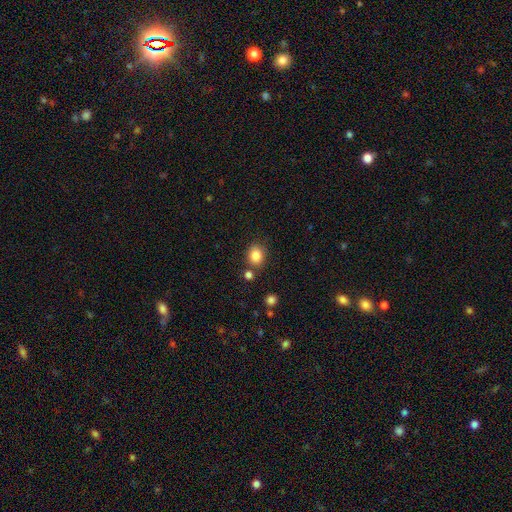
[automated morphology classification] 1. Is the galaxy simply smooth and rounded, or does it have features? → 85% smooth, 10% star or artifact, 5% featured or disk.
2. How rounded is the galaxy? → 62% round, 37% in between, 1% cigar-shaped.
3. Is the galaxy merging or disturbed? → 77% none, 11% minor disturbance, 9% merger, 3% major disturbance.